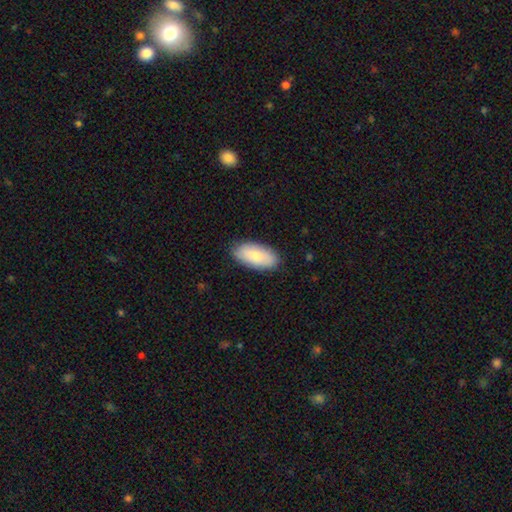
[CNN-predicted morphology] A smooth galaxy with no disk features (77%) that is in between round and cigar-shaped (92%).

Vote fractions:
- Smooth or featured? smooth: 77% / featured or disk: 17% / star or artifact: 6%
- How rounded? in between: 92% / cigar-shaped: 5% / round: 2%
- Merging? none: 86% / minor disturbance: 11% / major disturbance: 2% / merger: 1%